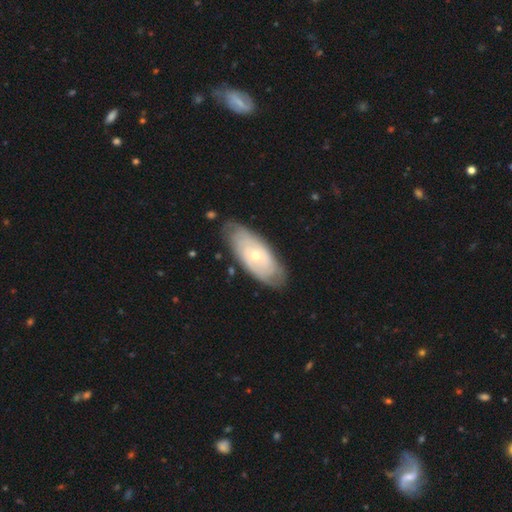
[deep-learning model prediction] Q: Smooth or featured?
A: featured or disk (67%); runner-up: smooth (28%)
Q: Edge-on disk?
A: no (88%); runner-up: yes (12%)
Q: Bar?
A: no (80%); runner-up: weak (16%)
Q: Spiral arms?
A: yes (75%); runner-up: no (25%)
Q: Bulge size?
A: small (54%); runner-up: moderate (43%)
Q: Merging?
A: none (76%); runner-up: minor disturbance (18%)